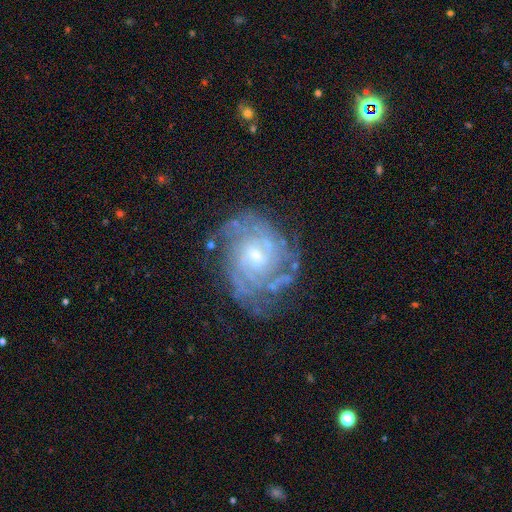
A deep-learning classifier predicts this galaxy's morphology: smooth-or-featured: featured or disk: 86% | star or artifact: 7% | smooth: 7%
  disk-edge-on: no: 97% | yes: 3%
    bar: no: 51% | weak: 41% | strong: 8%
    has-spiral-arms: yes: 94% | no: 6%
      spiral-winding: tight: 67% | medium: 27% | loose: 6%
      spiral-arm-count: can't tell: 39% | 4: 16% | 3: 16% | 2: 15% | more than 4: 8% | 1: 6%
    bulge-size: small: 58% | moderate: 36% | none: 2% | large: 2% | dominant: 1%
  merging: none: 67% | minor disturbance: 20% | major disturbance: 10% | merger: 2%